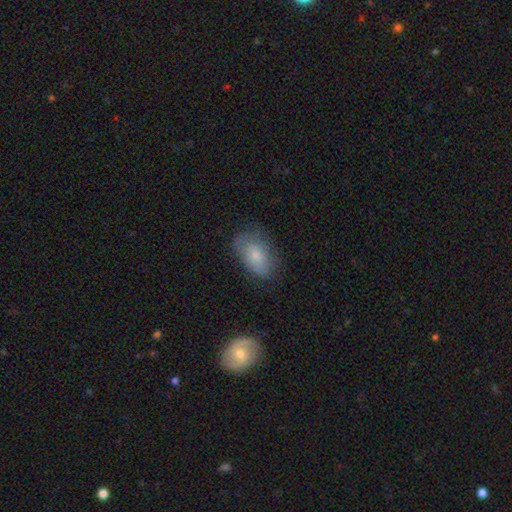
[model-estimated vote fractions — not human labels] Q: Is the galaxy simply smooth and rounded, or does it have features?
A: smooth — 72%.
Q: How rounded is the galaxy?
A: in between — 89%.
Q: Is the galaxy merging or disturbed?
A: none — 61%.